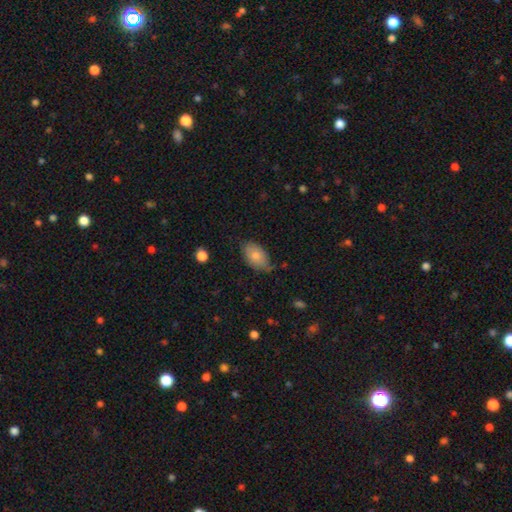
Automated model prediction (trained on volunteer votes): Smooth or featured? smooth (77%)
How rounded? in between (92%)
Merging? none (65%)